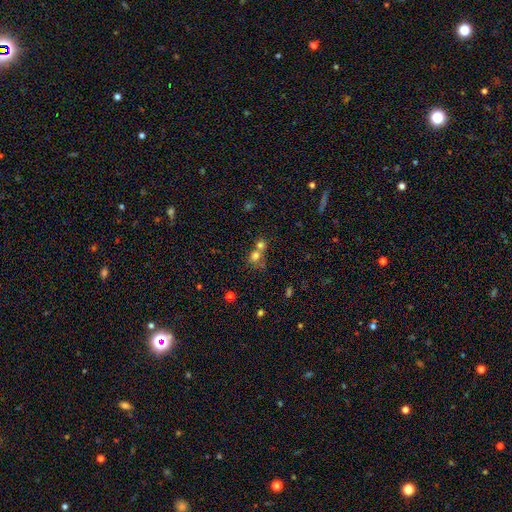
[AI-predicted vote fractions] Smooth or featured?
  - smooth: 71% *
  - star or artifact: 17%
  - featured or disk: 13%
How rounded?
  - round: 72% *
  - in between: 27%
  - cigar-shaped: 1%
Merging?
  - merger: 57% *
  - none: 32%
  - minor disturbance: 7%
  - major disturbance: 4%